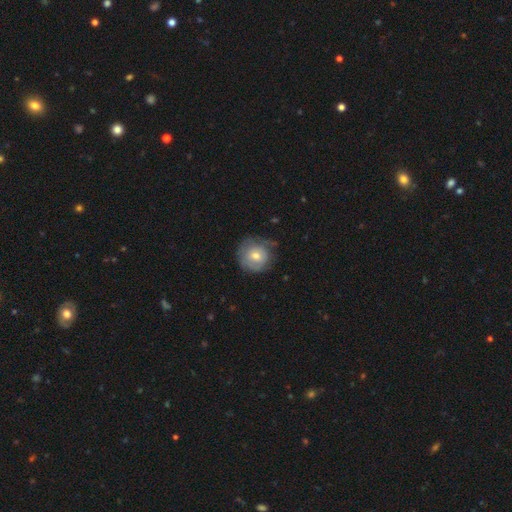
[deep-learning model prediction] smooth 65%, featured or disk 28%, star or artifact 7%. Down the decision tree: how rounded — round (90%); merging — none (63%).